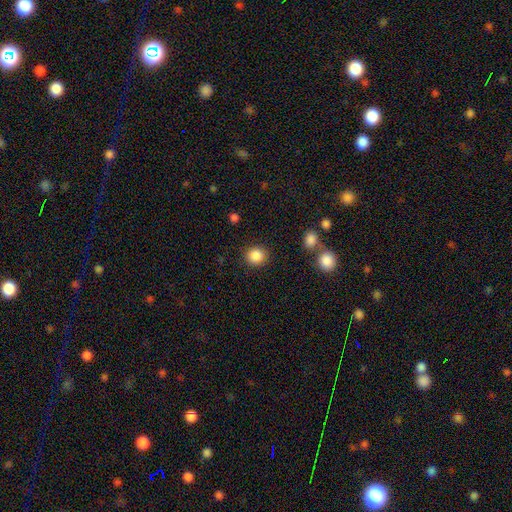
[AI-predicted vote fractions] The model was most divided on "how rounded": round: 85%, in between: 14%, cigar-shaped: 1%. More confident: merging — none (88%); smooth or featured — smooth (88%).